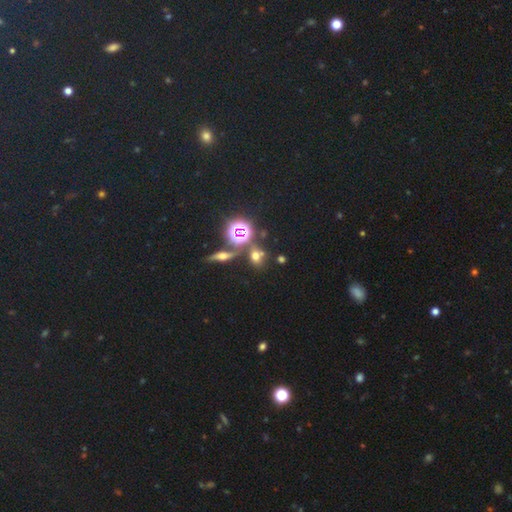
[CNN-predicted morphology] smooth-or-featured: smooth: 48% | star or artifact: 36% | featured or disk: 16%
  merging: none: 68% | merger: 17% | minor disturbance: 10% | major disturbance: 4%